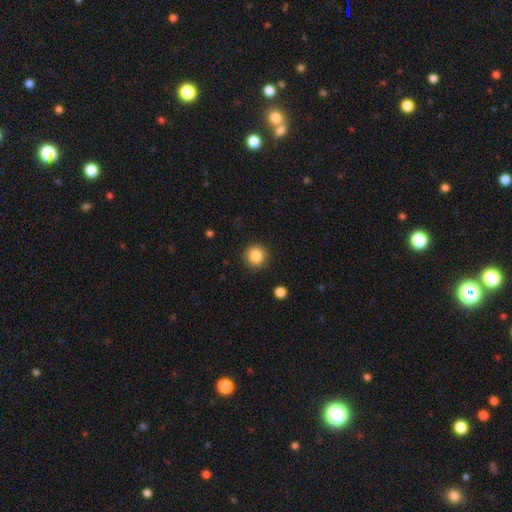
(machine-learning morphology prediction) Overall: smooth (86%). How rounded: round (91%). Merging: none (90%).